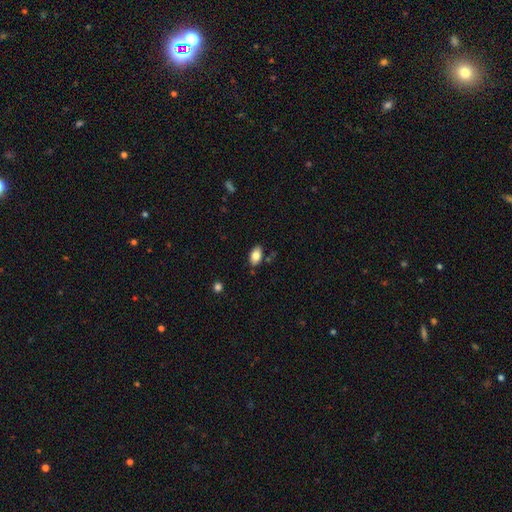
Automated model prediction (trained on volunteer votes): Q: Smooth or featured?
A: smooth (82%); runner-up: featured or disk (10%)
Q: How rounded?
A: in between (92%); runner-up: round (6%)
Q: Merging?
A: none (82%); runner-up: minor disturbance (12%)